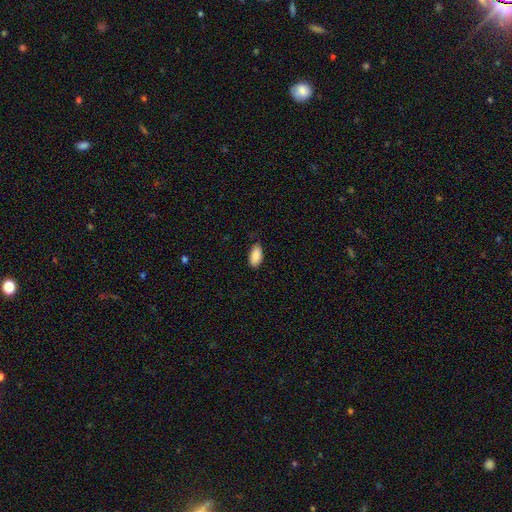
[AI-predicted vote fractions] Q: Smooth or featured?
A: smooth (87%); runner-up: star or artifact (7%)
Q: How rounded?
A: in between (93%); runner-up: cigar-shaped (4%)
Q: Merging?
A: none (78%); runner-up: minor disturbance (18%)